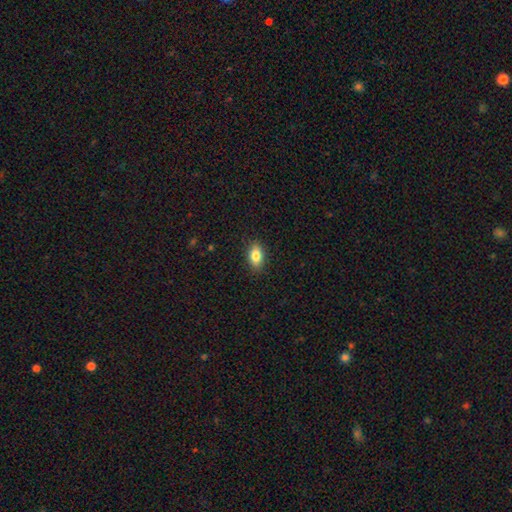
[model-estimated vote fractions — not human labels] Morphology: type=smooth (83%); roundness=in between (87%); merging=none (88%).